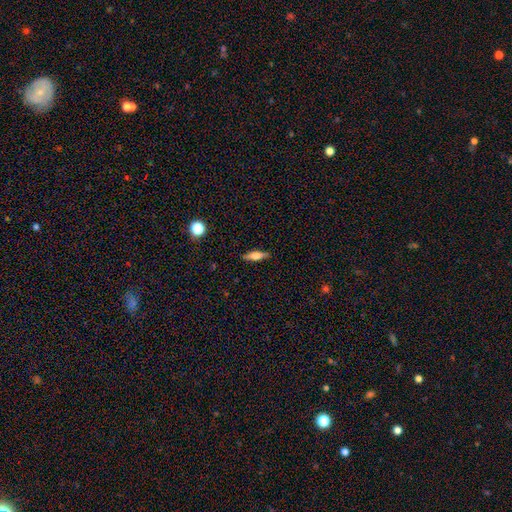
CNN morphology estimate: A smooth galaxy with no disk features (46%, tied with featured or disk). Merging: none (88%).